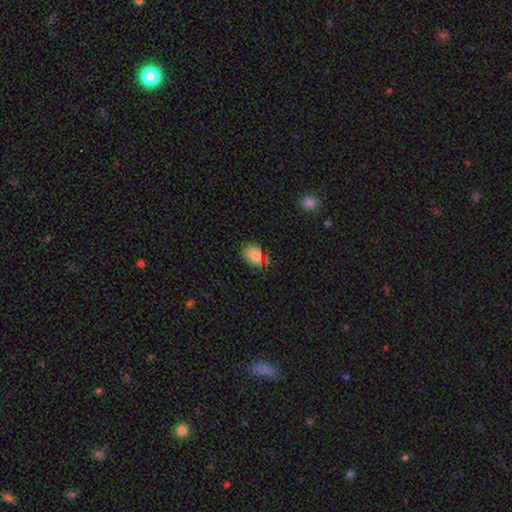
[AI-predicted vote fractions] This appears to be a smooth galaxy with no disk features (77%) that is in between round and cigar-shaped (75%). Merging: none (77%).